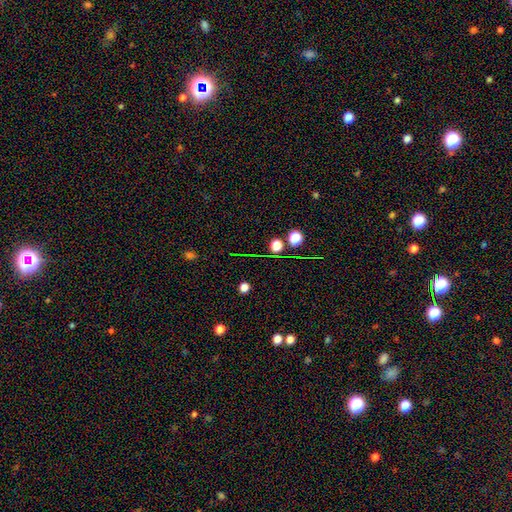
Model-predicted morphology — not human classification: Q: Smooth or featured?
A: star or artifact (70%); runner-up: smooth (21%)